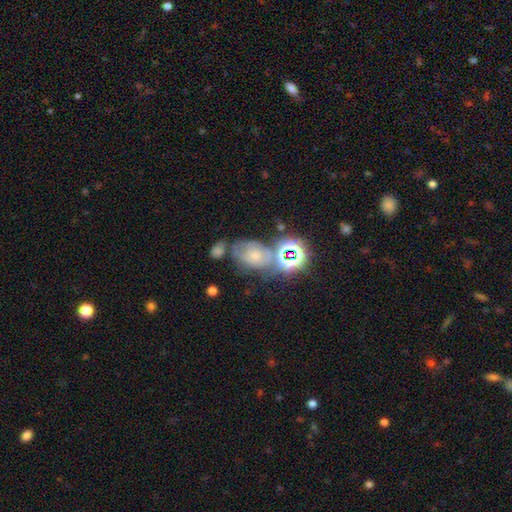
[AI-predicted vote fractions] The model was most divided on "smooth or featured": smooth: 37%, featured or disk: 32%, star or artifact: 31%. Remaining: merging — none (40%).